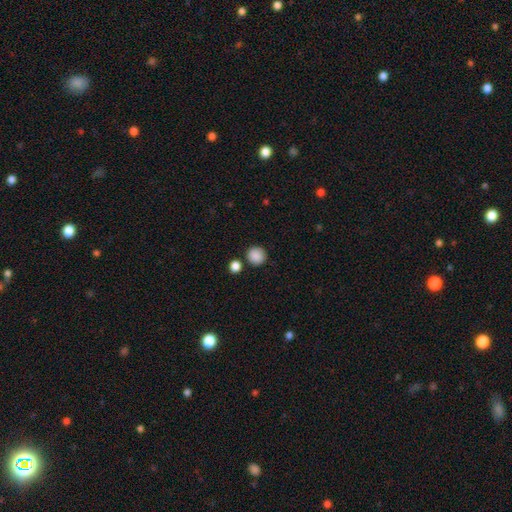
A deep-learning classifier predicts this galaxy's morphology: Smooth or featured: smooth — 88% (star or artifact — 9%)
How rounded: round — 92% (in between — 7%)
Merging: none — 83% (minor disturbance — 8%)